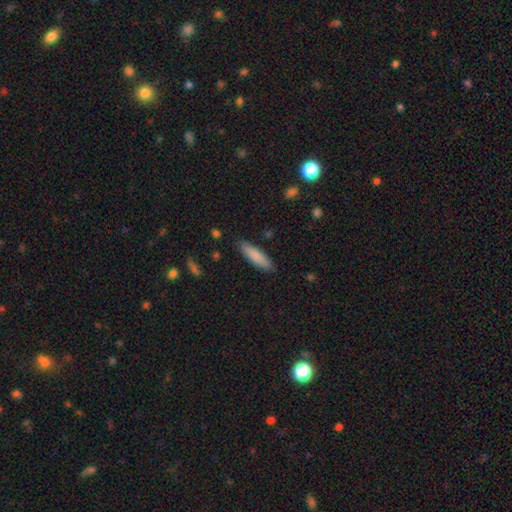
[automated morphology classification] smooth_or_featured: smooth (p=0.84) [alt: featured or disk p=0.10]
how_rounded: cigar-shaped (p=0.69) [alt: in between p=0.30]
merging: none (p=0.88) [alt: minor disturbance p=0.09]